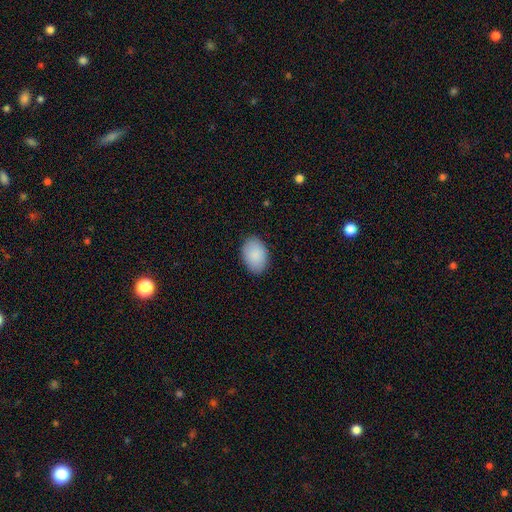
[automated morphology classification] smooth 90%, star or artifact 6%, featured or disk 4%. Down the decision tree: how rounded — in between (87%); merging — none (87%).